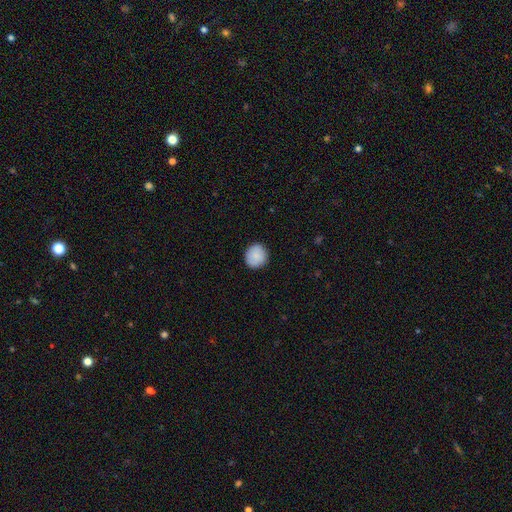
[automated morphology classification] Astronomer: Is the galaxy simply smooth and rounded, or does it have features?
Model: smooth — 87%.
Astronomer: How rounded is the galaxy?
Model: round — 89%.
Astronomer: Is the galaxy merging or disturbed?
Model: none — 89%.